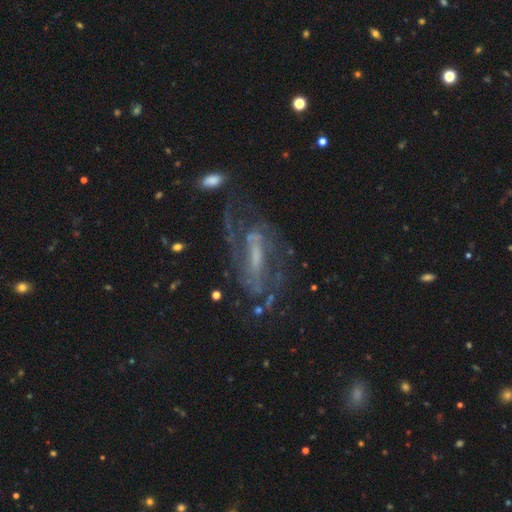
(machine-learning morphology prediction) Smooth or featured: featured or disk — 83% (star or artifact — 9%)
Edge-on disk: no — 89% (yes — 11%)
Bar: strong — 45% (weak — 37%)
Spiral arms: yes — 89% (no — 11%)
Spiral winding: medium — 48% (tight — 31%)
Spiral arm count: 2 — 60% (can't tell — 21%)
Bulge size: small — 40% (moderate — 28%)
Merging: none — 61% (major disturbance — 18%)